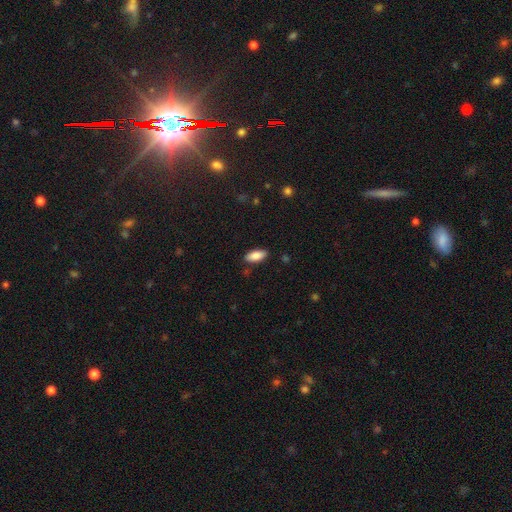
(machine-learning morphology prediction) type=smooth (86%); roundness=in between (86%); merging=none (86%).